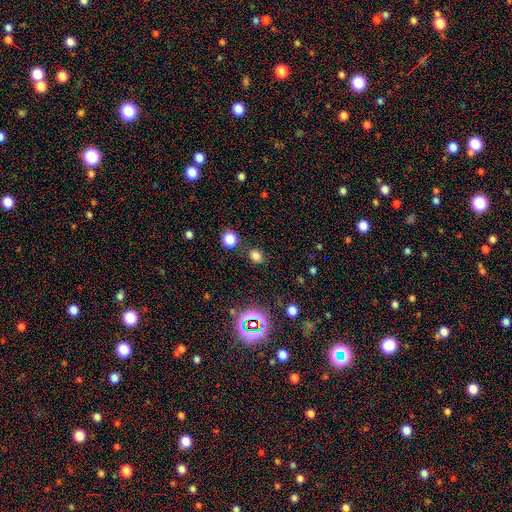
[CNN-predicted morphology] type=smooth (73%); roundness=round (56%); merging=none (82%).